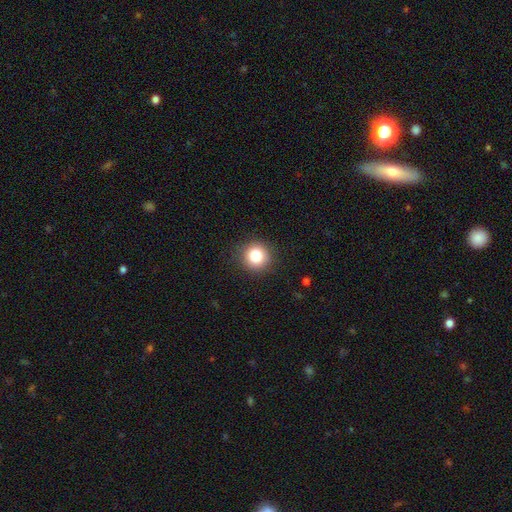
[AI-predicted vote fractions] Smooth or featured: smooth — 84% (star or artifact — 10%)
How rounded: round — 93% (in between — 6%)
Merging: none — 90% (minor disturbance — 7%)